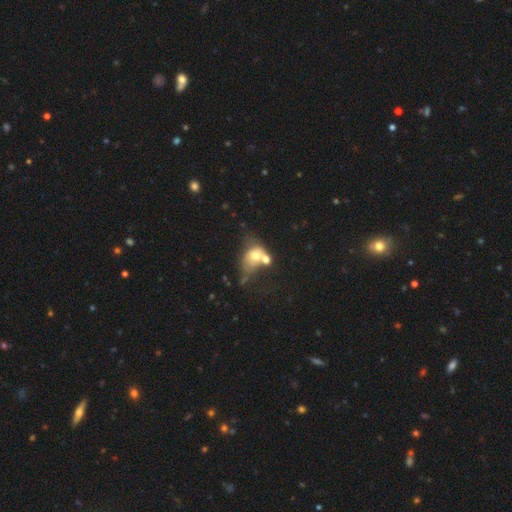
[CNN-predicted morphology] Smooth or featured?
  - smooth: 59% *
  - featured or disk: 30%
  - star or artifact: 11%
How rounded?
  - in between: 61% *
  - round: 37%
  - cigar-shaped: 2%
Merging?
  - merger: 56% *
  - major disturbance: 17%
  - none: 15%
  - minor disturbance: 12%